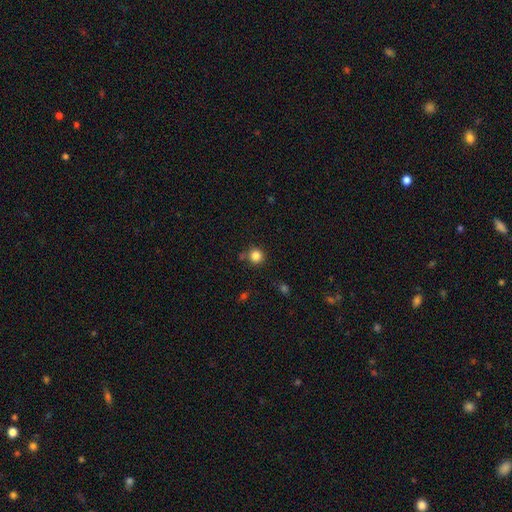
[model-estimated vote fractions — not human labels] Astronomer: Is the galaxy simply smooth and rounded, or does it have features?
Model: smooth — 84%.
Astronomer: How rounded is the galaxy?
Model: round — 93%.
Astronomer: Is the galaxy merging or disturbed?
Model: none — 81%.